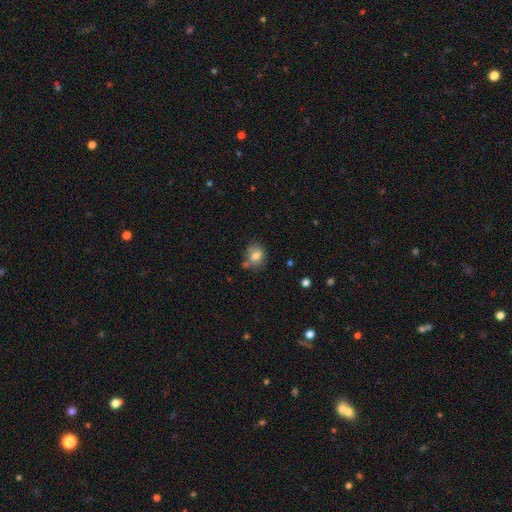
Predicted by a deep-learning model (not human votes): A smooth galaxy with no disk features (78%) that is round (58%).

Vote fractions:
- Smooth or featured? smooth: 78% / featured or disk: 13% / star or artifact: 10%
- How rounded? round: 58% / in between: 41% / cigar-shaped: 1%
- Merging? none: 64% / minor disturbance: 19% / merger: 12% / major disturbance: 5%